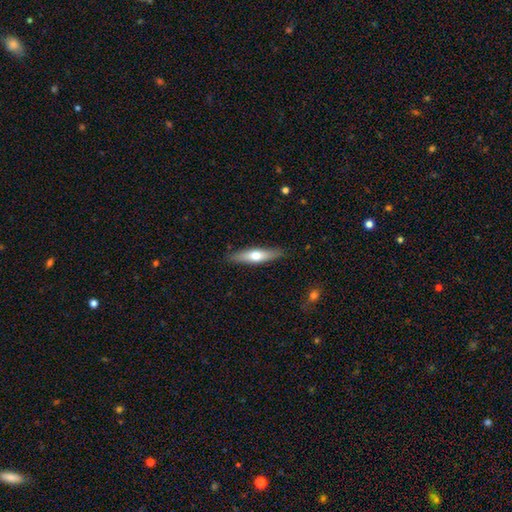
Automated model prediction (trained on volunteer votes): Smooth or featured: smooth — 55% (featured or disk — 40%)
How rounded: cigar-shaped — 71% (in between — 27%)
Merging: none — 88% (minor disturbance — 9%)